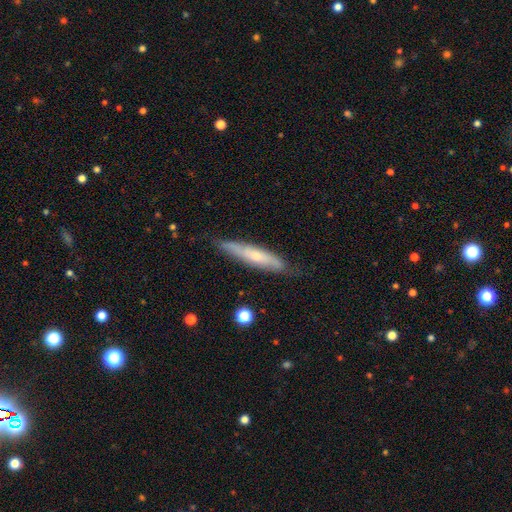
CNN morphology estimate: A featured or disk galaxy (48%). Merging: none (75%).